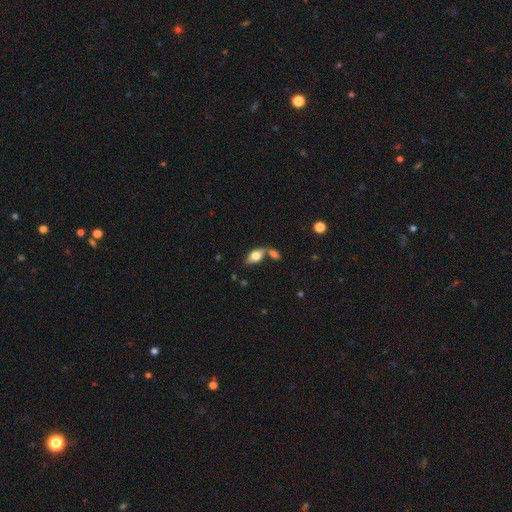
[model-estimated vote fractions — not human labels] smooth 62%, featured or disk 30%, star or artifact 8%. Down the decision tree: how rounded — in between (83%); merging — none (51%).